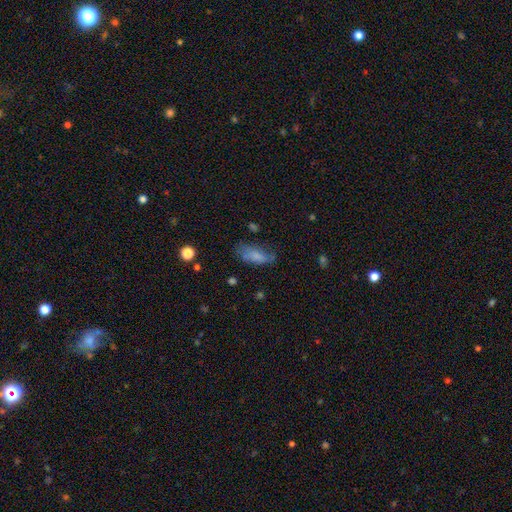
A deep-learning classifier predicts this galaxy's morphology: Smooth or featured: smooth — 70% (featured or disk — 20%)
How rounded: in between — 77% (cigar-shaped — 20%)
Merging: none — 48% (minor disturbance — 30%)